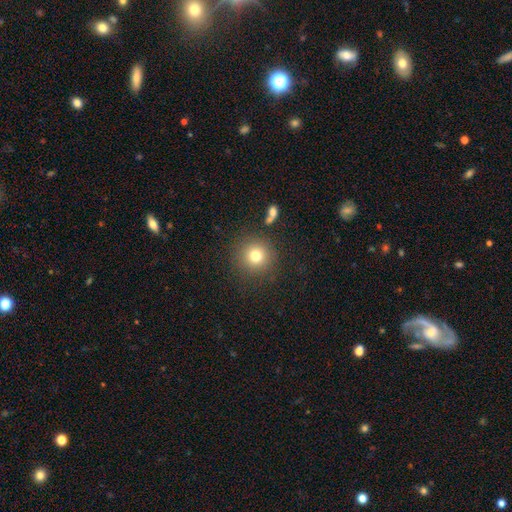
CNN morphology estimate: smooth-or-featured: smooth: 77% | star or artifact: 14% | featured or disk: 9%
  how-rounded: round: 94% | in between: 5% | cigar-shaped: 1%
  merging: none: 86% | minor disturbance: 7% | major disturbance: 3% | merger: 3%